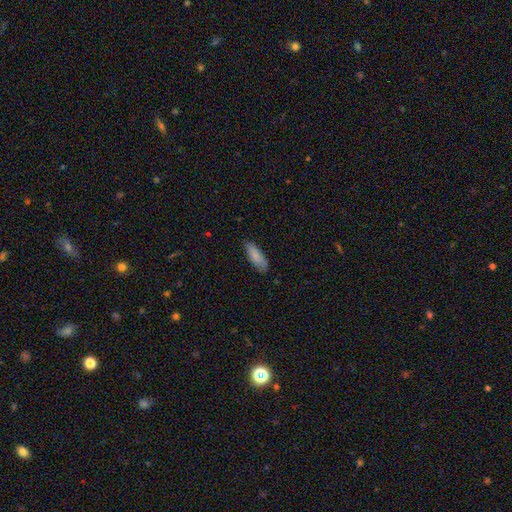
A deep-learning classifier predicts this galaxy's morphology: Overall: smooth (84%). How rounded: in between (64%; cigar-shaped 34%). Merging: none (78%).